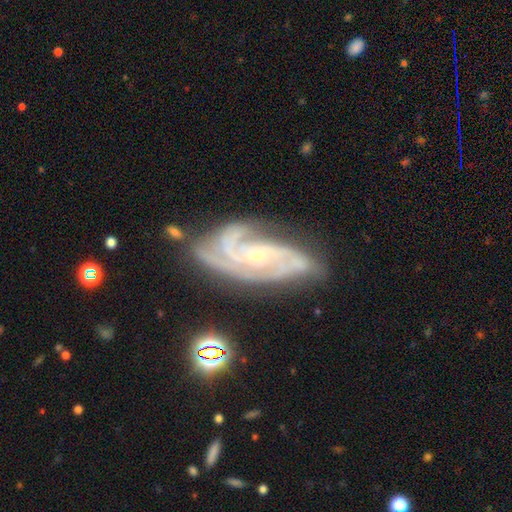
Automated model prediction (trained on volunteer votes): Overall: featured or disk (90%). Edge-on disk: no (96%). Bar: no (59%; weak 28%). Spiral arms: yes (98%). Spiral arm count: 3 (53%; 4 18%). Spiral winding: tight (59%; medium 36%). Bulge size: small (70%). Merging: none (64%).